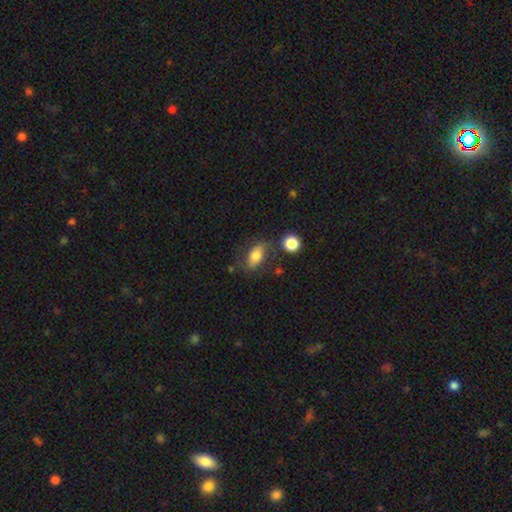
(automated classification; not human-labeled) smooth_or_featured: smooth (p=0.69) [alt: featured or disk p=0.23]
how_rounded: in between (p=0.83) [alt: round p=0.10]
merging: none (p=0.64) [alt: minor disturbance p=0.21]